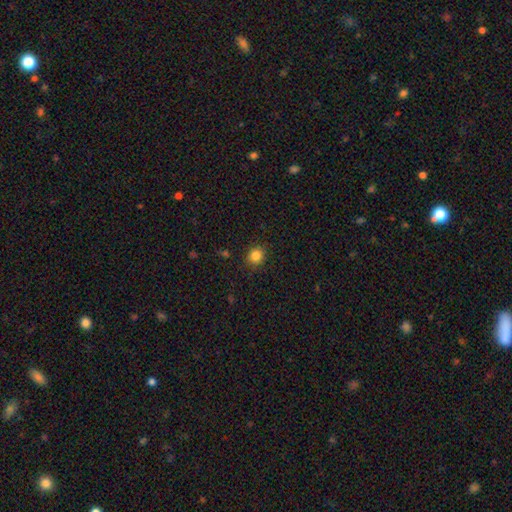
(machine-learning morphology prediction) Smooth or featured? Predicted: smooth (p=0.84). How rounded? Predicted: round (p=0.83). Merging? Predicted: none (p=0.89).